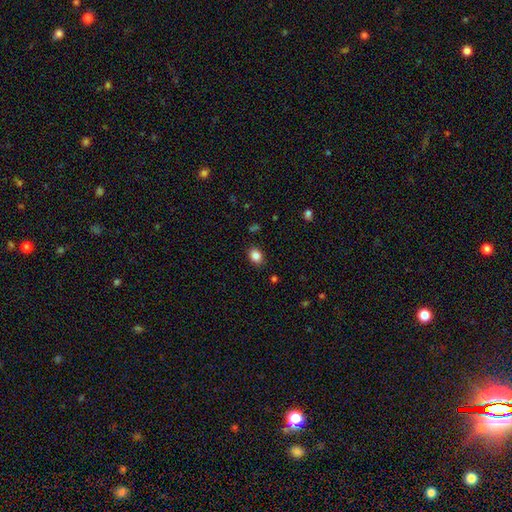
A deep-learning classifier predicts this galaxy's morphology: This is clearly a smooth galaxy (85%). How rounded: likely in between (63%). Merging: clearly none (87%).